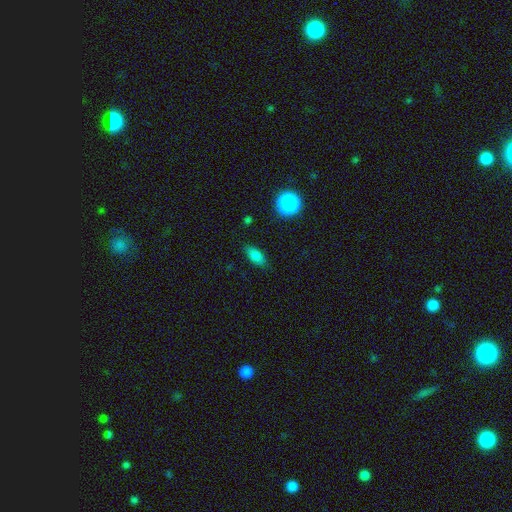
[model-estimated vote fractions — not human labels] A smooth galaxy with no disk features (80%) that is in between round and cigar-shaped (81%).

Vote fractions:
- Smooth or featured? smooth: 80% / star or artifact: 11% / featured or disk: 10%
- How rounded? in between: 81% / cigar-shaped: 14% / round: 5%
- Merging? none: 83% / minor disturbance: 13% / major disturbance: 3% / merger: 1%